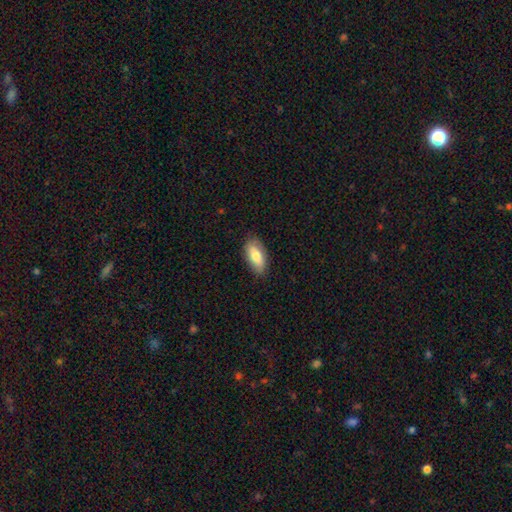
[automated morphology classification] Smooth or featured? Predicted: smooth (p=0.76). How rounded? Predicted: in between (p=0.89). Merging? Predicted: none (p=0.82).